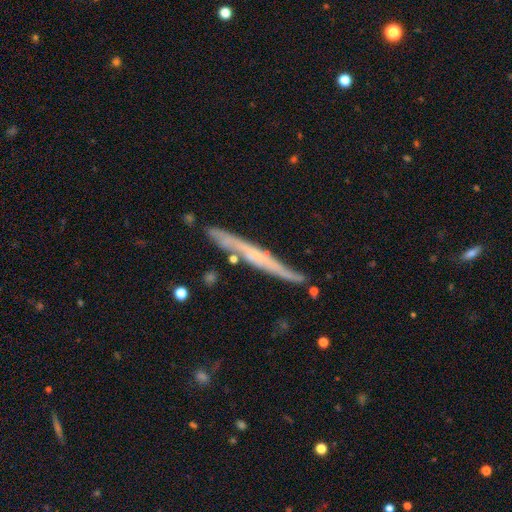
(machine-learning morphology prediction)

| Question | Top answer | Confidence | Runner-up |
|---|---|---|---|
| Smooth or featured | featured or disk | 66% | smooth (27%) |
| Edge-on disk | yes | 93% | no (7%) |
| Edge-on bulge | none | 68% | rounded (24%) |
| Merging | none | 81% | minor disturbance (14%) |